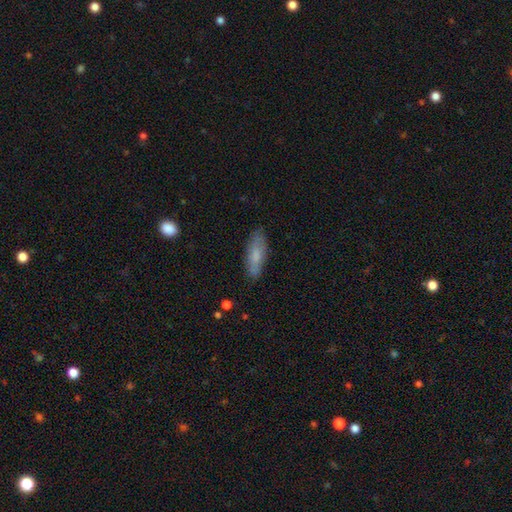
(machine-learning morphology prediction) smooth_or_featured: smooth (p=0.73) [alt: featured or disk p=0.21]
how_rounded: in between (p=0.57) [alt: cigar-shaped p=0.41]
merging: none (p=0.79) [alt: minor disturbance p=0.16]